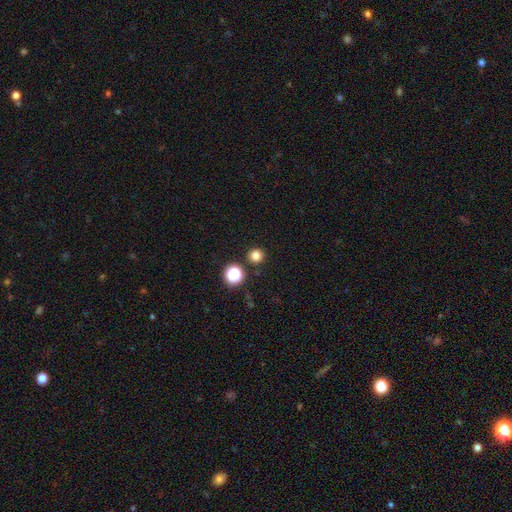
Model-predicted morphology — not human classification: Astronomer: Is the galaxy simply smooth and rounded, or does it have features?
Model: smooth — 80%.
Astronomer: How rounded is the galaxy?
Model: round — 94%.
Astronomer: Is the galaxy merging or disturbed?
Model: none — 90%.